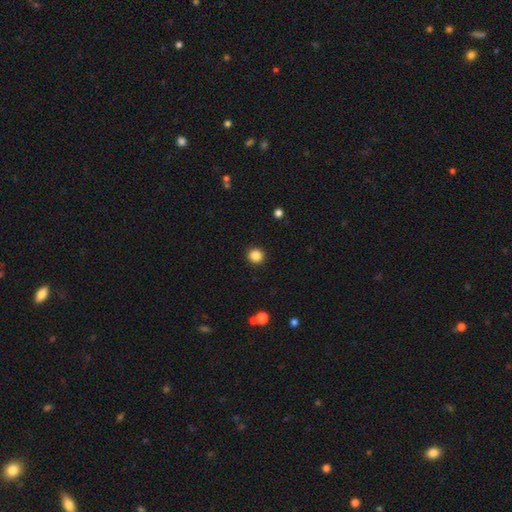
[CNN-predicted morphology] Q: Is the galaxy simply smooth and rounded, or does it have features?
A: smooth — 86%.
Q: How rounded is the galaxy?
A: round — 93%.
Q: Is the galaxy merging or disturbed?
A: none — 92%.